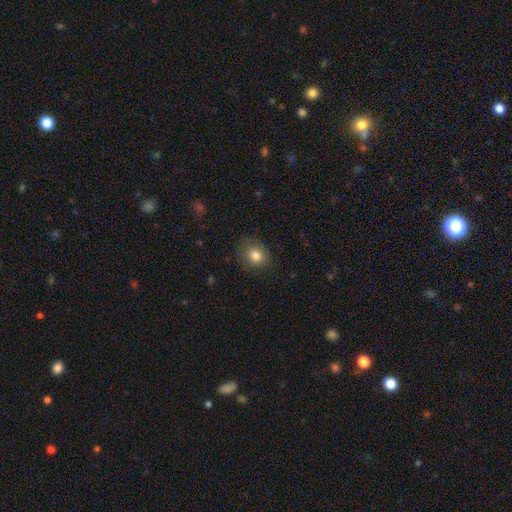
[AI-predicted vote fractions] Q: Smooth or featured?
A: smooth (81%); runner-up: star or artifact (10%)
Q: How rounded?
A: round (65%); runner-up: in between (34%)
Q: Merging?
A: none (78%); runner-up: minor disturbance (16%)